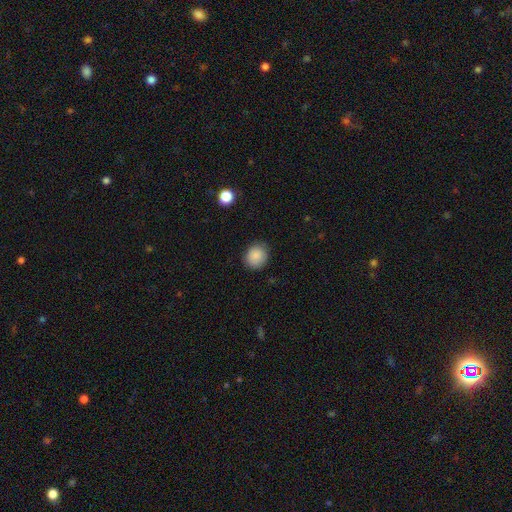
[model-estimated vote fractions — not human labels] A smooth galaxy with no disk features (88%) that is round (80%).

Vote fractions:
- Smooth or featured? smooth: 88% / star or artifact: 8% / featured or disk: 4%
- How rounded? round: 80% / in between: 19% / cigar-shaped: 1%
- Merging? none: 84% / minor disturbance: 12% / major disturbance: 3% / merger: 1%